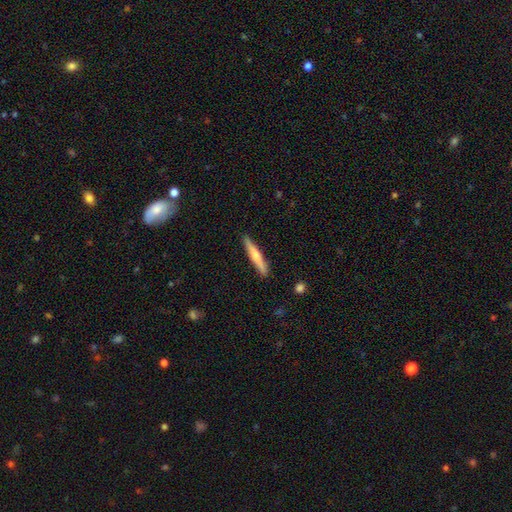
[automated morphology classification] Q: Smooth or featured?
A: smooth (57%); runner-up: featured or disk (38%)
Q: How rounded?
A: cigar-shaped (93%); runner-up: in between (5%)
Q: Merging?
A: none (90%); runner-up: minor disturbance (8%)